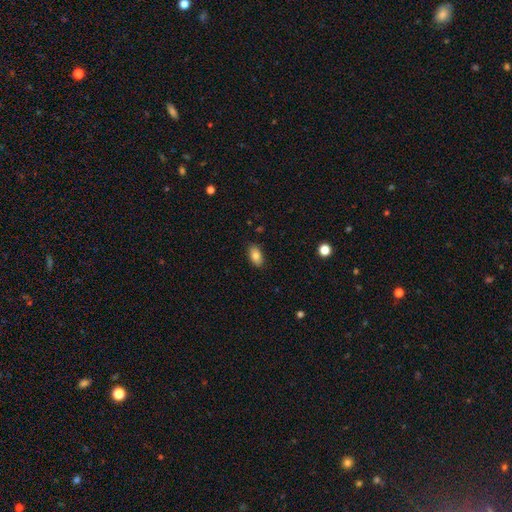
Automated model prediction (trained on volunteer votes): Overall: smooth (82%). How rounded: in between (92%). Merging: none (87%).